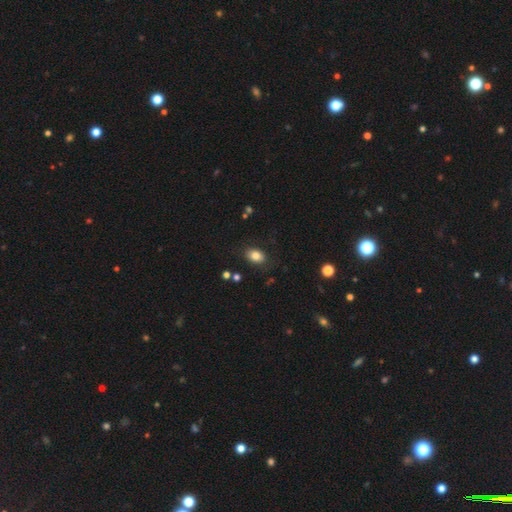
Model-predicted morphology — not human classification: Overall: smooth (82%). How rounded: in between (78%). Merging: none (82%).